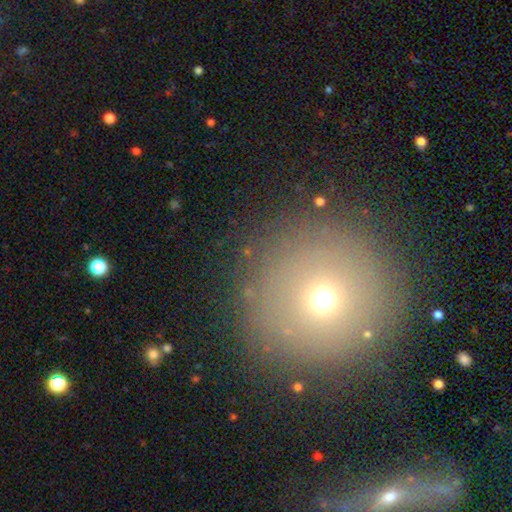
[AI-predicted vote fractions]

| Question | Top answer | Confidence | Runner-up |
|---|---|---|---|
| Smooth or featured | smooth | 62% | star or artifact (27%) |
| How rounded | round | 95% | in between (4%) |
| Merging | none | 87% | minor disturbance (7%) |